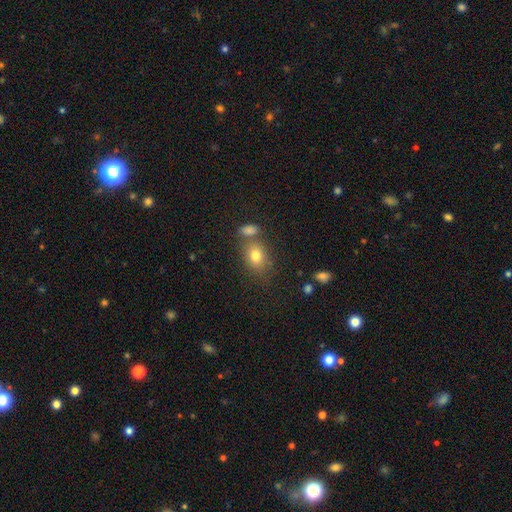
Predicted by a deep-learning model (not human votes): The model was most divided on "how rounded": in between: 62%, round: 36%, cigar-shaped: 1%. More confident: smooth or featured — smooth (78%); merging — none (60%).